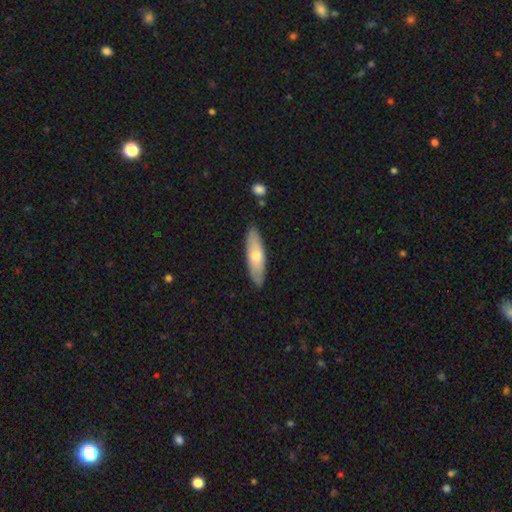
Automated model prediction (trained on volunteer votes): Morphology: type=smooth (61%); roundness=cigar-shaped (57%); merging=none (86%).